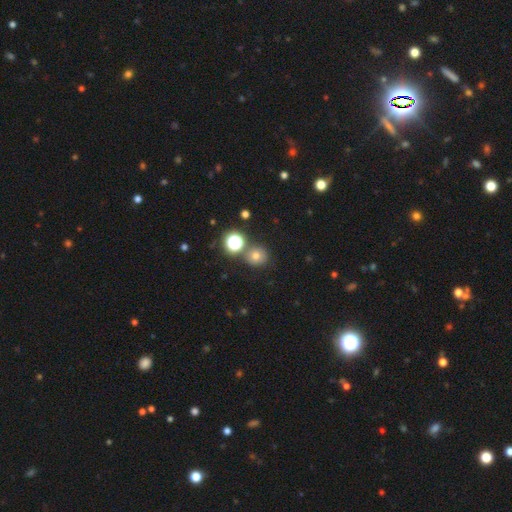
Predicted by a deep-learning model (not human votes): Morphology: type=smooth (69%); roundness=round (90%); merging=none (77%).